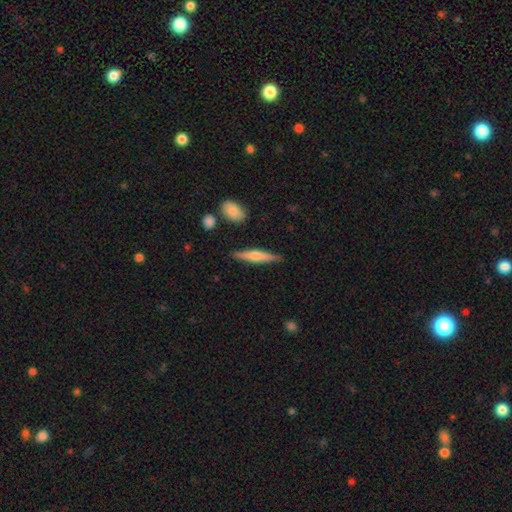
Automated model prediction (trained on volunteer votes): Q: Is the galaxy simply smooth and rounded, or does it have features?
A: smooth — 49%.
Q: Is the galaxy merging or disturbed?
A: none — 86%.